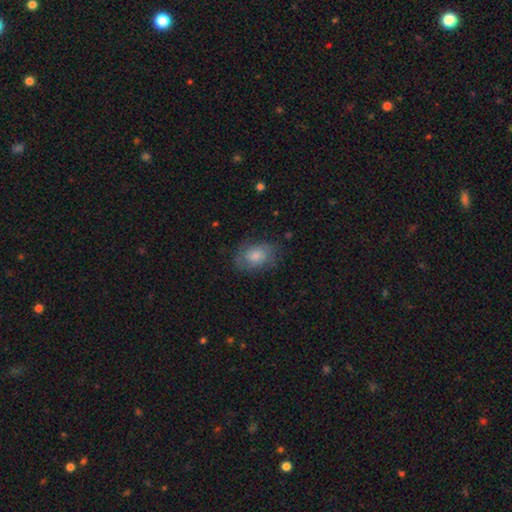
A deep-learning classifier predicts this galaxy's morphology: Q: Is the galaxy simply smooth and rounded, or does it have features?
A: featured or disk — 47%.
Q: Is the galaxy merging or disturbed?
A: none — 73%.